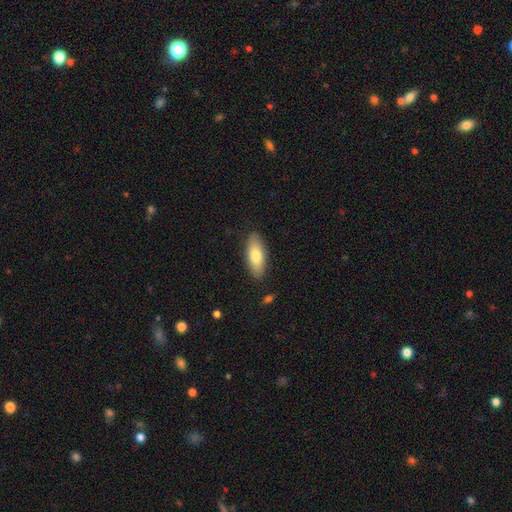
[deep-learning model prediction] Smooth or featured? smooth (78%)
How rounded? in between (76%)
Merging? none (86%)